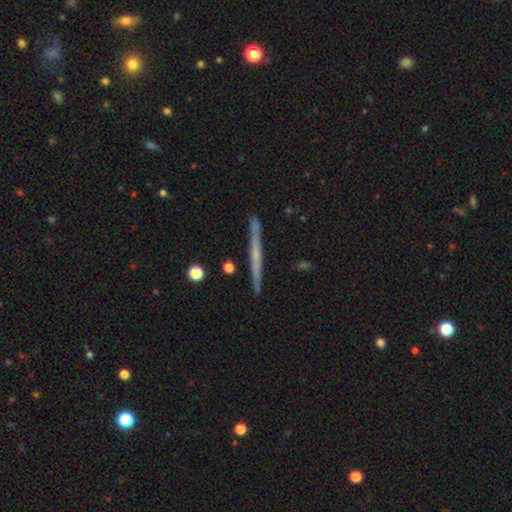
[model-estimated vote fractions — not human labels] Smooth or featured? featured or disk (61%)
Edge-on disk? yes (98%)
Edge-on bulge? none (76%)
Merging? none (90%)